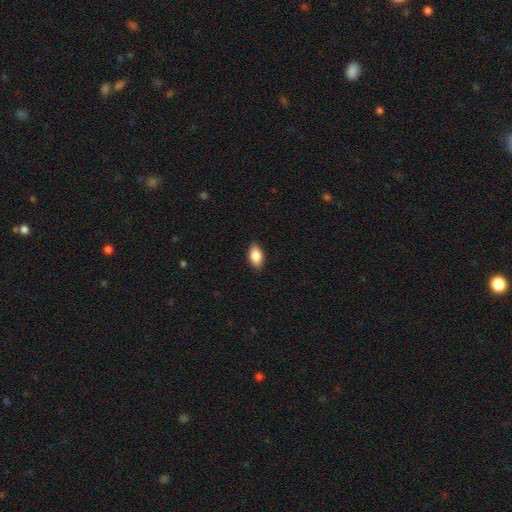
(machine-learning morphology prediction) This is clearly a smooth galaxy (85%). How rounded: clearly in between (92%). Merging: clearly none (88%).